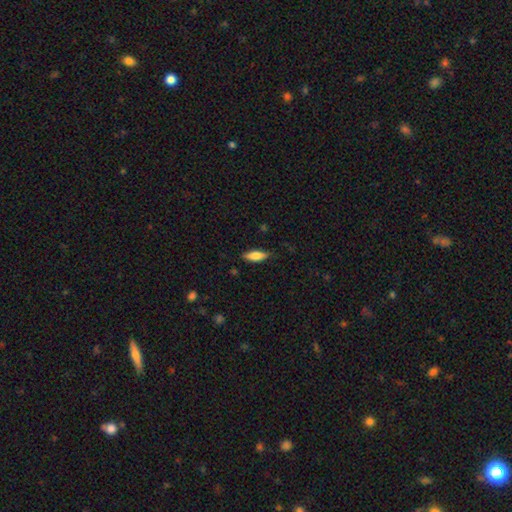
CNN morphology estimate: type=smooth (77%); roundness=in between (65%); merging=none (82%).